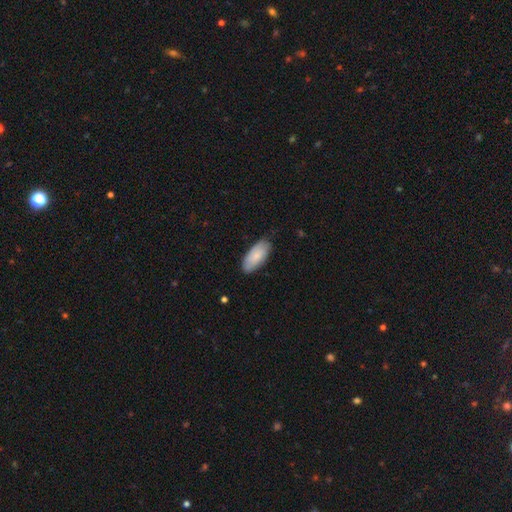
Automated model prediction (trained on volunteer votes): smooth 81%, featured or disk 14%, star or artifact 5%. Down the decision tree: how rounded — in between (89%); merging — none (80%).